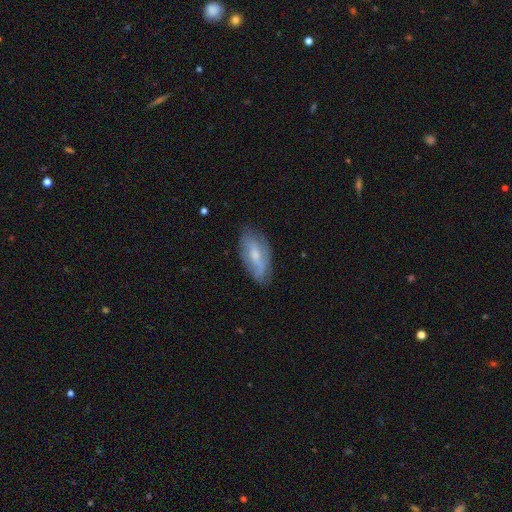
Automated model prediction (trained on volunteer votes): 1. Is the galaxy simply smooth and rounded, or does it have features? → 48% featured or disk, 45% smooth, 7% star or artifact.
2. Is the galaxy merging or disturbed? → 73% none, 21% minor disturbance, 5% major disturbance, 1% merger.